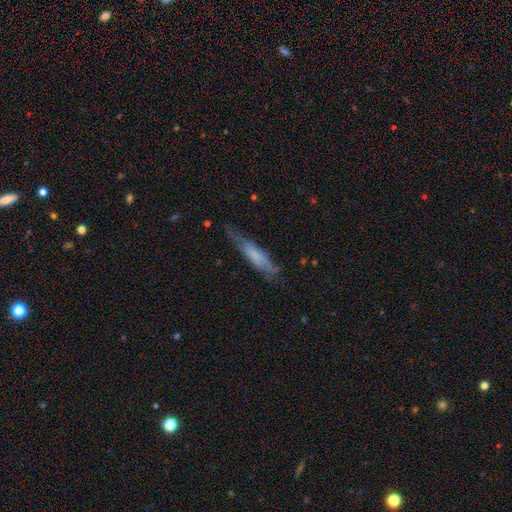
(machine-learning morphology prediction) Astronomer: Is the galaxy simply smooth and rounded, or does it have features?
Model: smooth — 52% (runner-up: featured or disk, 41%).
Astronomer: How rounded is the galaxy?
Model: cigar-shaped — 84%.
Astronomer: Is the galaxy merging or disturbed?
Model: none — 59%.